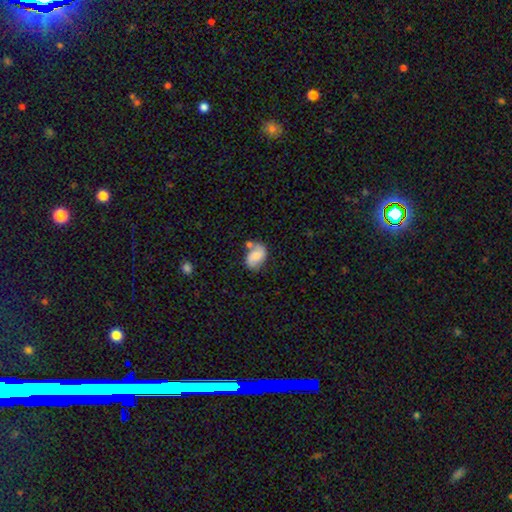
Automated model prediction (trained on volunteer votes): This appears to be a smooth galaxy with no disk features (53%) that is in between round and cigar-shaped (77%). Merging: none (56%).